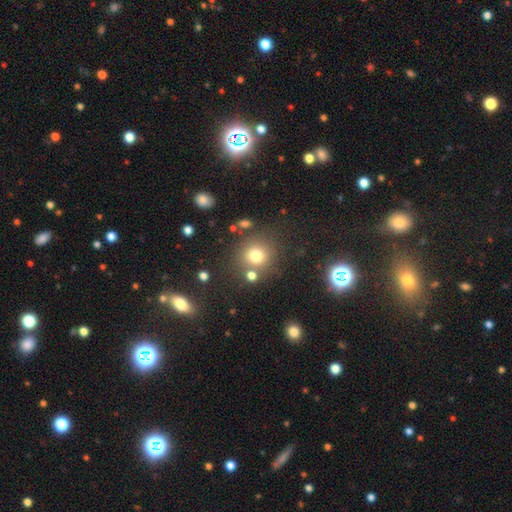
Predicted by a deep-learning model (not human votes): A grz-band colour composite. It shows a smooth galaxy with no disk features (76%) that is round (89%). Merging: none (75%).